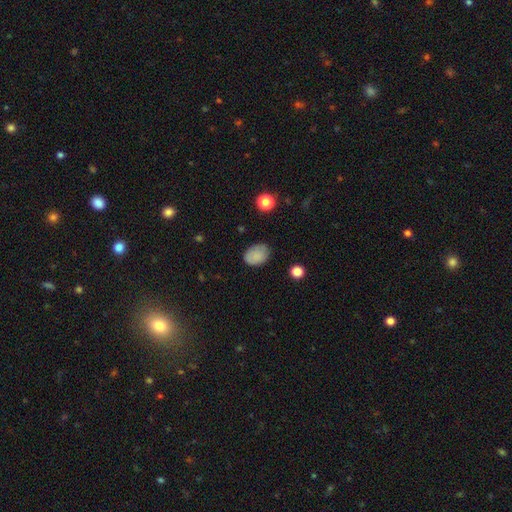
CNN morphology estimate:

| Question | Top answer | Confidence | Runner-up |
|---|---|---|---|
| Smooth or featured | smooth | 84% | star or artifact (9%) |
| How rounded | in between | 73% | round (27%) |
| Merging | none | 75% | minor disturbance (19%) |